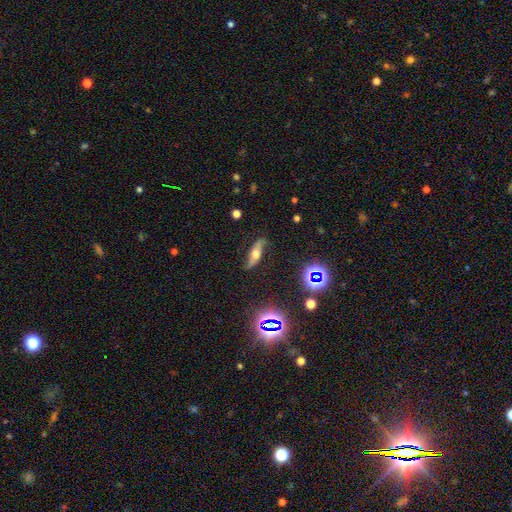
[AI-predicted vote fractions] A featured or disk galaxy (68%).

Vote fractions:
- Smooth or featured? featured or disk: 68% / smooth: 20% / star or artifact: 12%
- Edge-on disk? no: 53% / yes: 47%
- Merging? none: 74% / minor disturbance: 18% / major disturbance: 6% / merger: 2%